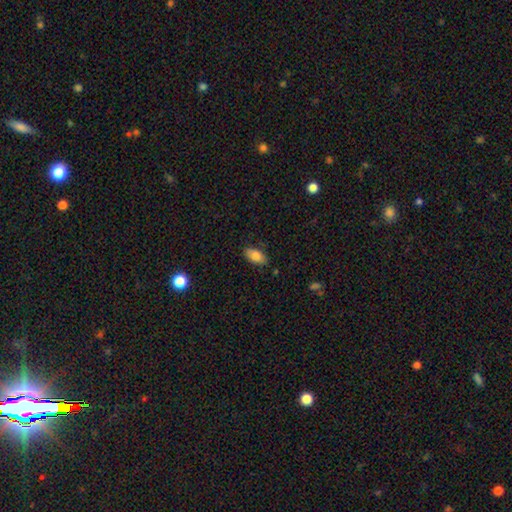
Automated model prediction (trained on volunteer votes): smooth_or_featured: smooth (p=0.81) [alt: featured or disk p=0.12]
how_rounded: in between (p=0.91) [alt: cigar-shaped p=0.05]
merging: none (p=0.84) [alt: minor disturbance p=0.12]